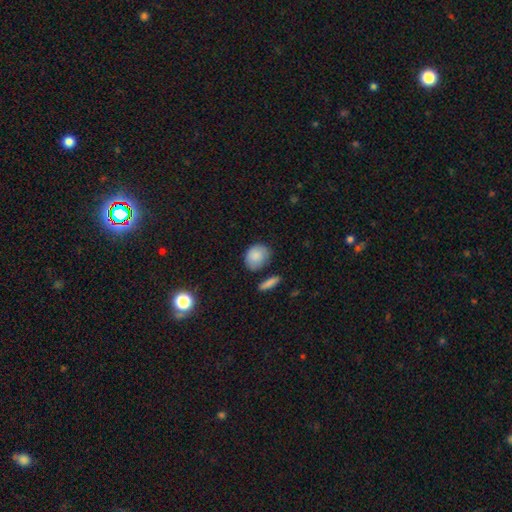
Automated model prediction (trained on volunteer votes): smooth_or_featured: smooth (p=0.85) [alt: featured or disk p=0.08]
how_rounded: round (p=0.50) [alt: in between p=0.48]
merging: none (p=0.64) [alt: minor disturbance p=0.24]